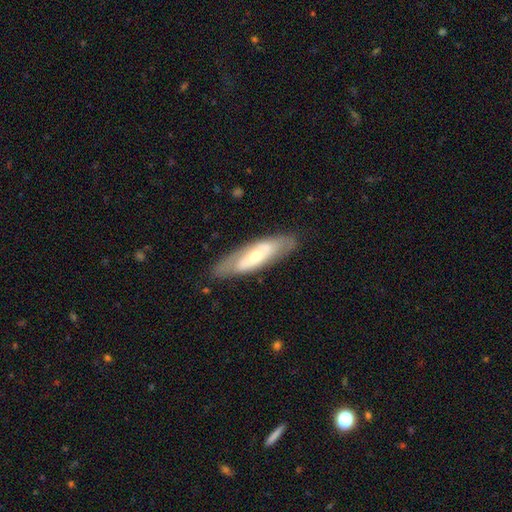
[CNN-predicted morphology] Smooth or featured?
  - featured or disk: 59% *
  - smooth: 35%
  - star or artifact: 6%
Edge-on disk?
  - no: 71% *
  - yes: 29%
Merging?
  - none: 79% *
  - minor disturbance: 14%
  - major disturbance: 5%
  - merger: 1%